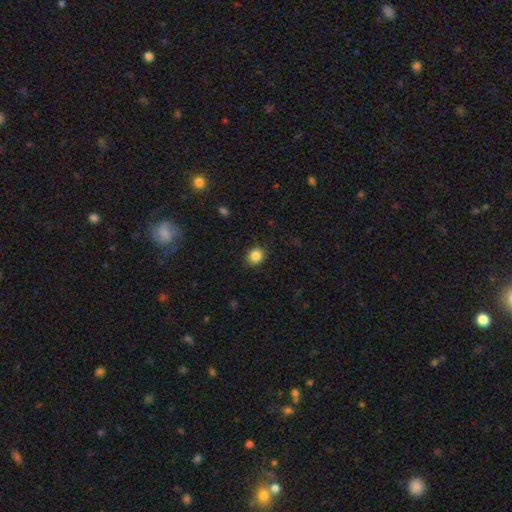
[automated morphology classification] smooth_or_featured: smooth (p=0.86) [alt: star or artifact p=0.10]
how_rounded: round (p=0.81) [alt: in between p=0.18]
merging: none (p=0.88) [alt: minor disturbance p=0.09]